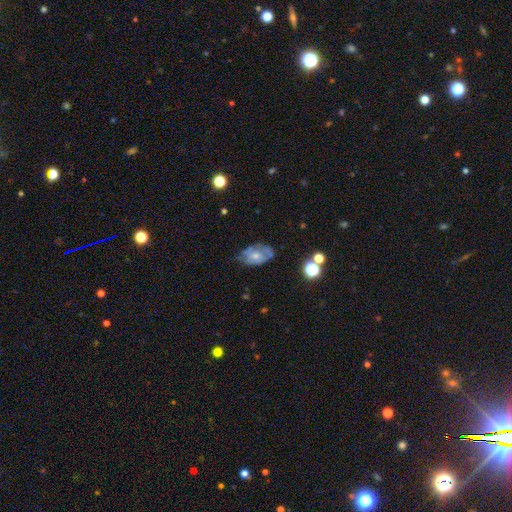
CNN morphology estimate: A smooth galaxy with no disk features (48%).

Vote fractions:
- Smooth or featured? smooth: 48% / featured or disk: 43% / star or artifact: 9%
- Merging? none: 47% / minor disturbance: 35% / major disturbance: 14% / merger: 3%